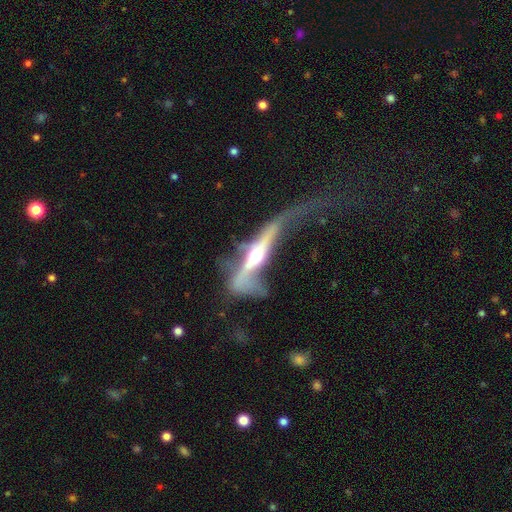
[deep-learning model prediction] A featured or disk galaxy (72%) viewed edge-on (75%) with a rounded central bulge (88%). Merging: major disturbance (48%).